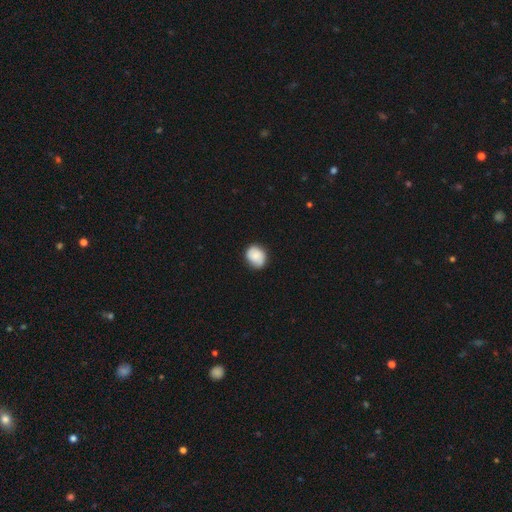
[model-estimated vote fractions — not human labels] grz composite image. It shows a smooth galaxy with no disk features (78%) that is round (57%). Merging: none (80%).